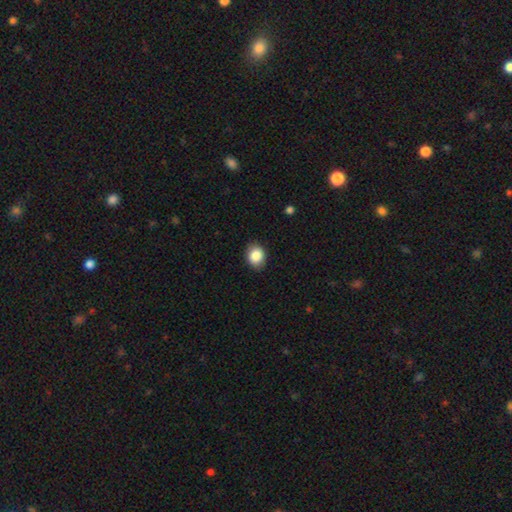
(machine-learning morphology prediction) Smooth or featured? smooth (86%)
How rounded? round (52%)
Merging? none (87%)